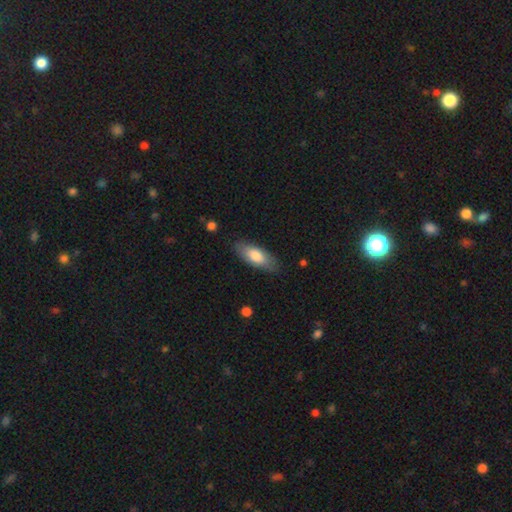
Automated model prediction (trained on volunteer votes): Smooth or featured: smooth — 76% (featured or disk — 18%)
How rounded: in between — 76% (cigar-shaped — 22%)
Merging: none — 82% (minor disturbance — 13%)